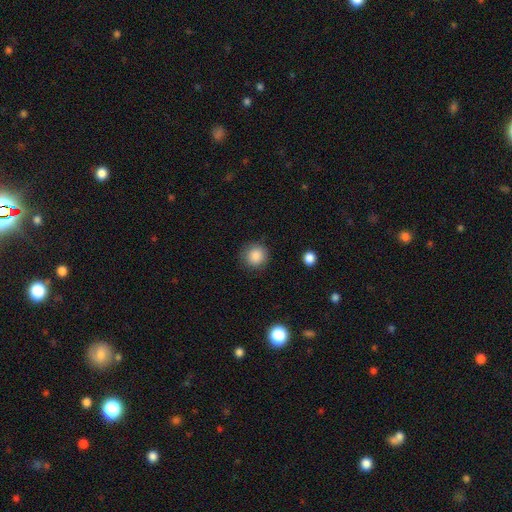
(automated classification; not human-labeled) Q: Smooth or featured?
A: smooth (87%); runner-up: star or artifact (9%)
Q: How rounded?
A: round (92%); runner-up: in between (7%)
Q: Merging?
A: none (86%); runner-up: minor disturbance (9%)